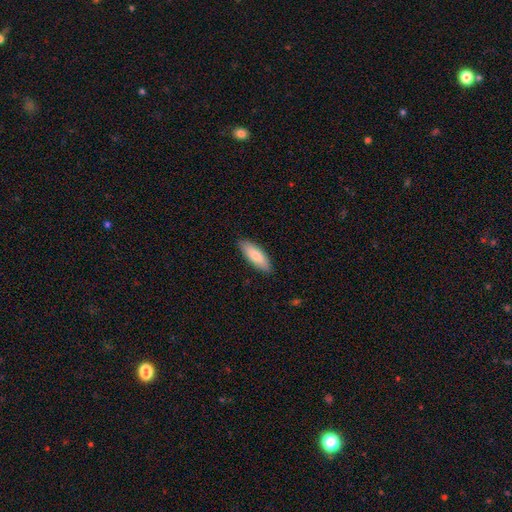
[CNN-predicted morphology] Smooth or featured? smooth (80%)
How rounded? in between (62%)
Merging? none (88%)